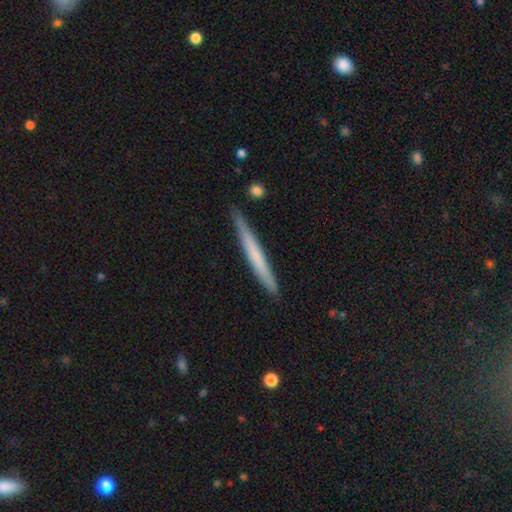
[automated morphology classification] This is possibly a smooth galaxy (57%). How rounded: clearly cigar-shaped (97%). Merging: clearly none (87%).